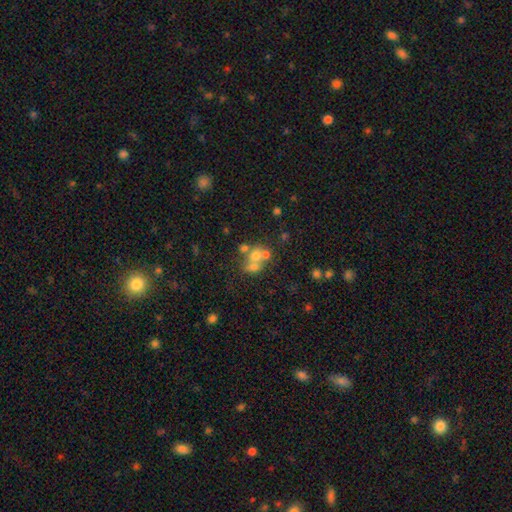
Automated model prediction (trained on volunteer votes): Overall: smooth (55%; featured or disk 27%). How rounded: round (73%). Merging: merger (52%; none 34%).